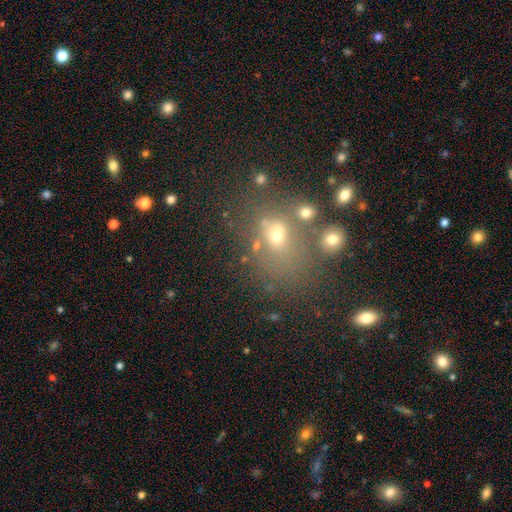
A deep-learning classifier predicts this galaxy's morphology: A smooth galaxy with no disk features (48%). Merging: none (64%).